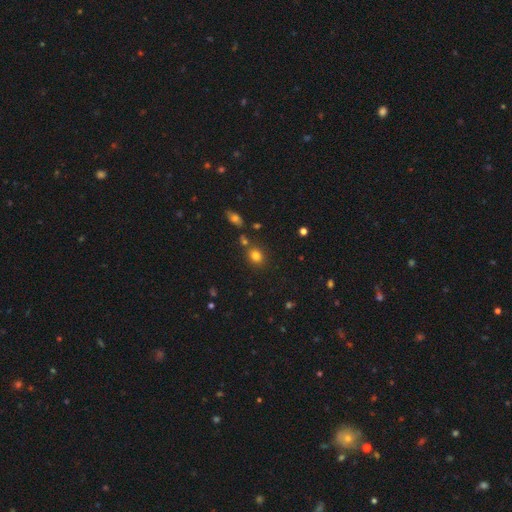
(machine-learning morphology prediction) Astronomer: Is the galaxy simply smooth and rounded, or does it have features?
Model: smooth — 80%.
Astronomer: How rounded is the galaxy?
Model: round — 62% (runner-up: in between, 37%).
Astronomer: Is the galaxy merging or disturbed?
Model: none — 76%.